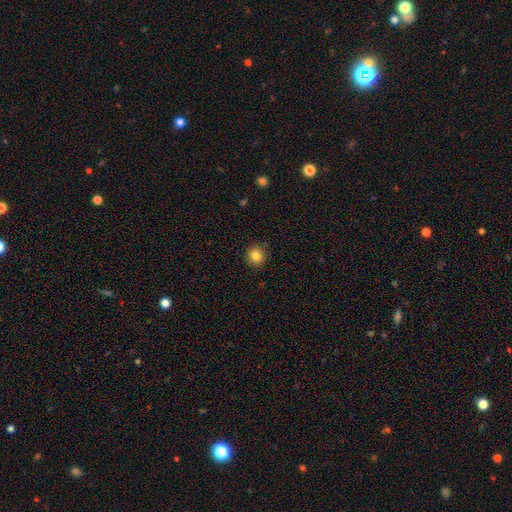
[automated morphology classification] Smooth or featured? Predicted: smooth (p=0.84). How rounded? Predicted: round (p=0.83). Merging? Predicted: none (p=0.88).